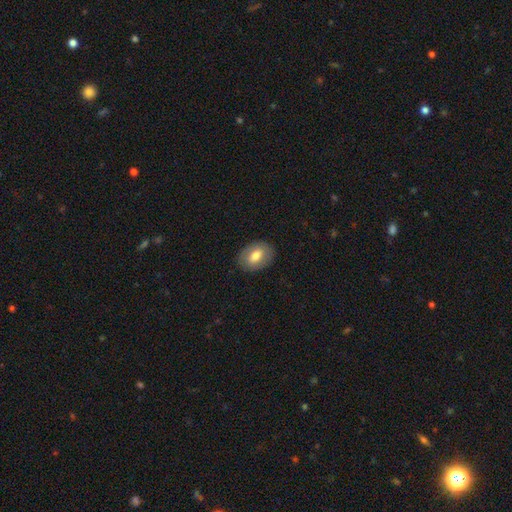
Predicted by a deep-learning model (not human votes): smooth_or_featured: smooth (p=0.71) [alt: featured or disk p=0.22]
how_rounded: in between (p=0.78) [alt: round p=0.21]
merging: none (p=0.86) [alt: minor disturbance p=0.10]